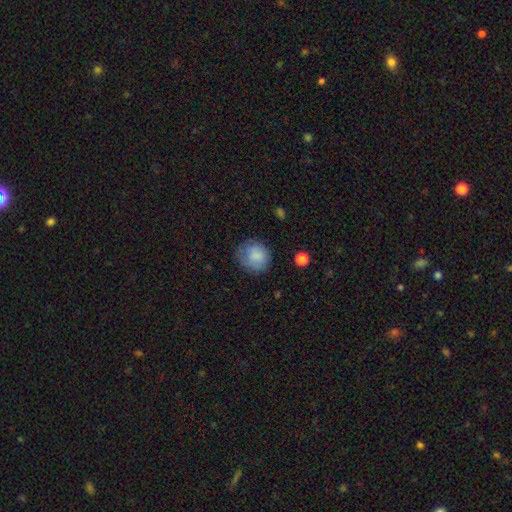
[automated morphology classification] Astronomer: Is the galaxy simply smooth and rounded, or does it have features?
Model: smooth — 83%.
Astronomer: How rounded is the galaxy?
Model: round — 80%.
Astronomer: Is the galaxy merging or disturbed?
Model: none — 71%.